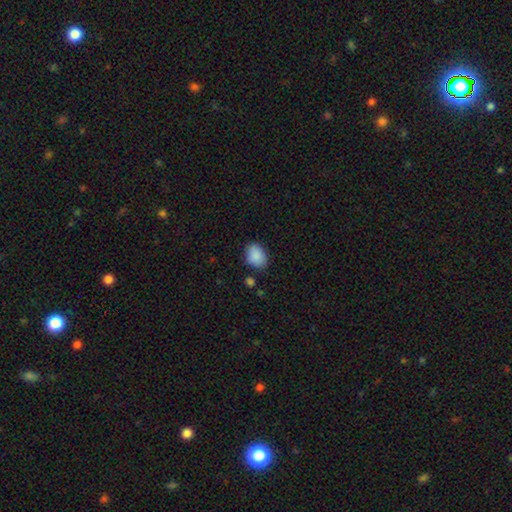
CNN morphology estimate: smooth_or_featured: smooth (p=0.89) [alt: star or artifact p=0.08]
how_rounded: in between (p=0.66) [alt: round p=0.33]
merging: none (p=0.78) [alt: minor disturbance p=0.15]